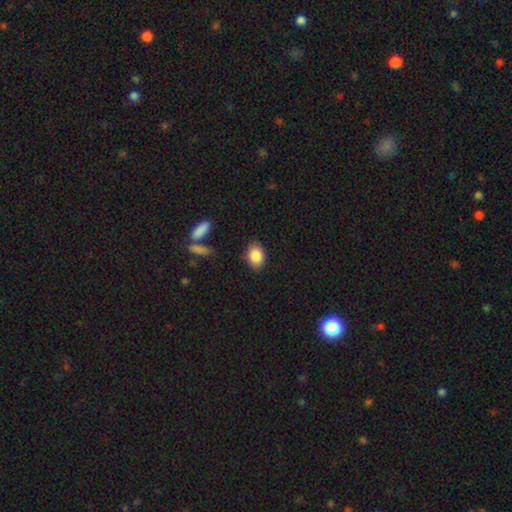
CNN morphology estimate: Q: Smooth or featured?
A: smooth (87%); runner-up: star or artifact (7%)
Q: How rounded?
A: in between (73%); runner-up: round (25%)
Q: Merging?
A: none (81%); runner-up: minor disturbance (13%)